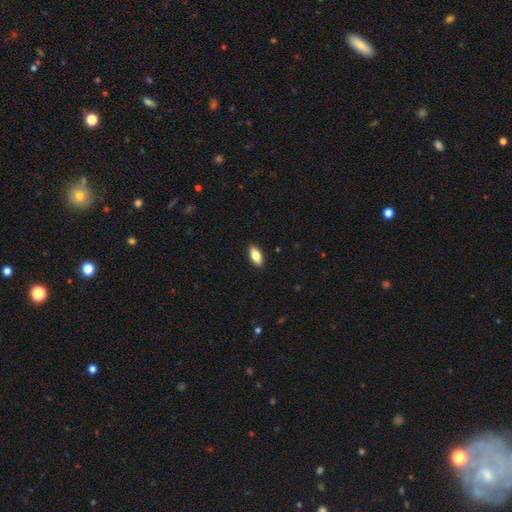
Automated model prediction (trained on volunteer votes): smooth-or-featured: smooth: 86% | featured or disk: 8% | star or artifact: 7%
  how-rounded: in between: 91% | cigar-shaped: 7% | round: 2%
  merging: none: 90% | minor disturbance: 8% | major disturbance: 2% | merger: 1%